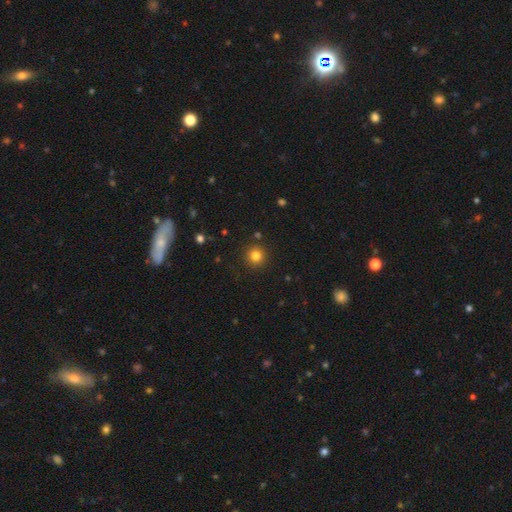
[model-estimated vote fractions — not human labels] Smooth or featured? smooth (81%)
How rounded? round (94%)
Merging? none (90%)